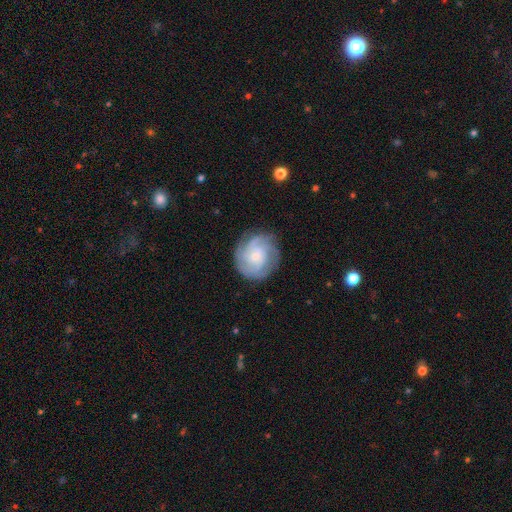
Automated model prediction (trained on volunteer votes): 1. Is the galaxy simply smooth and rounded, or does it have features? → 74% featured or disk, 19% smooth, 7% star or artifact.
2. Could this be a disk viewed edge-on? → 98% no, 2% yes.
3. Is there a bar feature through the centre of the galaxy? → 71% no, 26% weak, 4% strong.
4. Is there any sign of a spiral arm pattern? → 94% yes, 6% no.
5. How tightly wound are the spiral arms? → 60% tight, 31% medium, 9% loose.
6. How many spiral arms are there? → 29% 3 (tied), 29% can't tell (tied), 15% 4, 14% 2, 6% more than 4, 6% 1.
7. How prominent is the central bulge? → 63% small, 28% moderate, 4% none, 3% large, 1% dominant.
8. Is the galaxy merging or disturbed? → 78% none, 15% minor disturbance, 6% major disturbance, 1% merger.